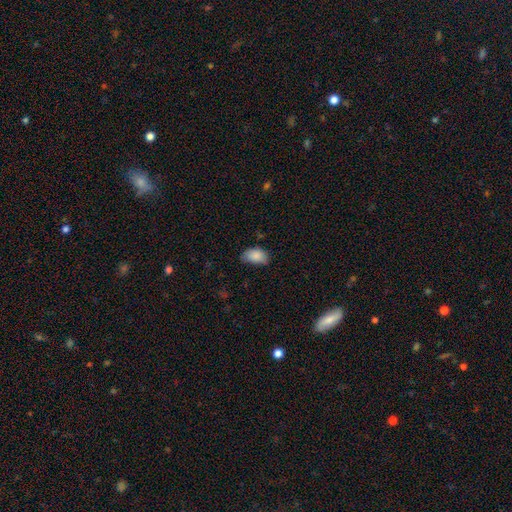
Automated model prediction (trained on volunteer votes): Overall: smooth (87%). How rounded: in between (89%). Merging: none (53%; minor disturbance 38%).